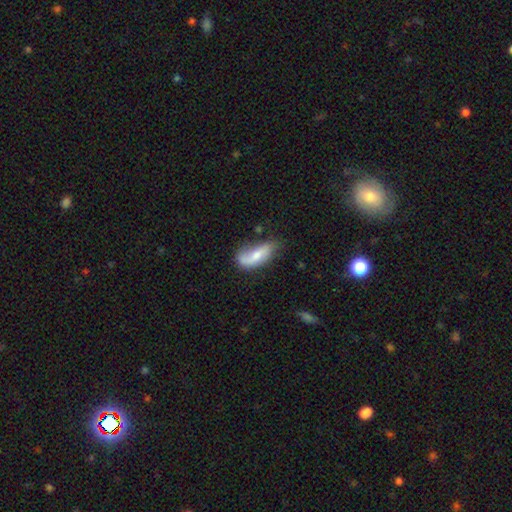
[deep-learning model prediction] Smooth or featured?
  - smooth: 56% *
  - featured or disk: 37%
  - star or artifact: 7%
How rounded?
  - in between: 81% *
  - cigar-shaped: 16%
  - round: 3%
Merging?
  - none: 44% *
  - minor disturbance: 32%
  - major disturbance: 17%
  - merger: 7%